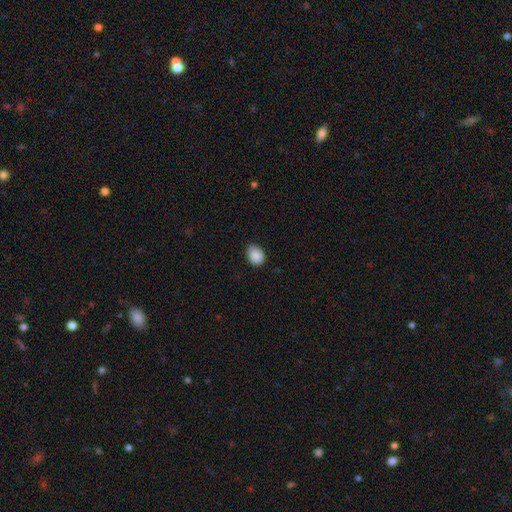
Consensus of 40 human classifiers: Smooth or featured: smooth — 85% (star or artifact — 12%)
How rounded: round — 50% (tied with in between — 50%)
Merging: none — 80% (minor disturbance — 14%)